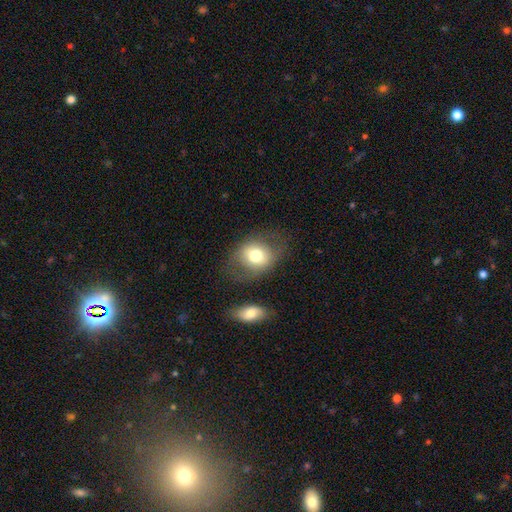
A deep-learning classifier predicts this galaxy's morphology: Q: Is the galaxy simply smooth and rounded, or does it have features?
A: smooth — 72%.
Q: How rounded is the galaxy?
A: in between — 57%.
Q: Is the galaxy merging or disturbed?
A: none — 64%.